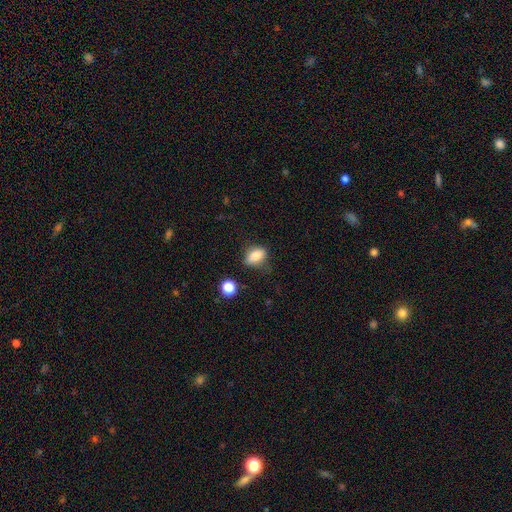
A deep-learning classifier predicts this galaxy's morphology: Smooth or featured?
  - smooth: 81% *
  - star or artifact: 10%
  - featured or disk: 9%
How rounded?
  - in between: 80% *
  - round: 16%
  - cigar-shaped: 4%
Merging?
  - none: 65% *
  - minor disturbance: 24%
  - major disturbance: 7%
  - merger: 3%